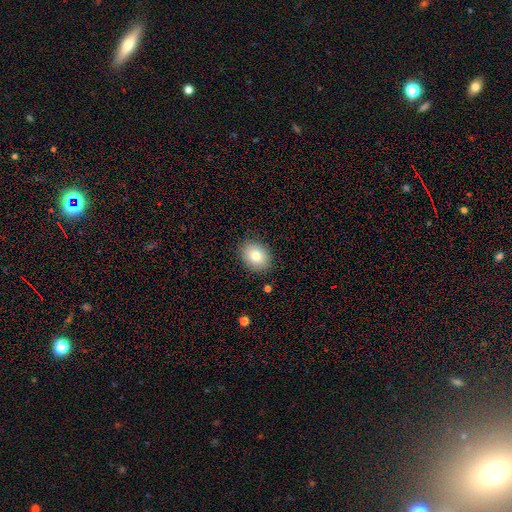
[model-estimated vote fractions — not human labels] Smooth or featured? Predicted: smooth (p=0.78). How rounded? Predicted: in between (p=0.57). Merging? Predicted: none (p=0.87).